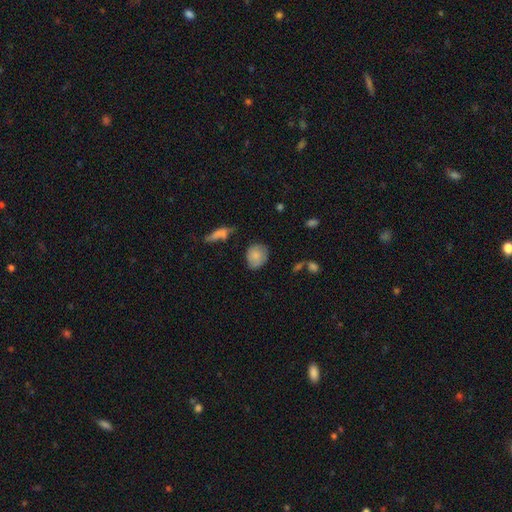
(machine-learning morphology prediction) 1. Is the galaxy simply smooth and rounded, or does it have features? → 77% smooth, 15% featured or disk, 8% star or artifact.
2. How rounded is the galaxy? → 53% round, 45% in between, 2% cigar-shaped.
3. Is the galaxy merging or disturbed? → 66% none, 24% minor disturbance, 6% major disturbance, 4% merger.